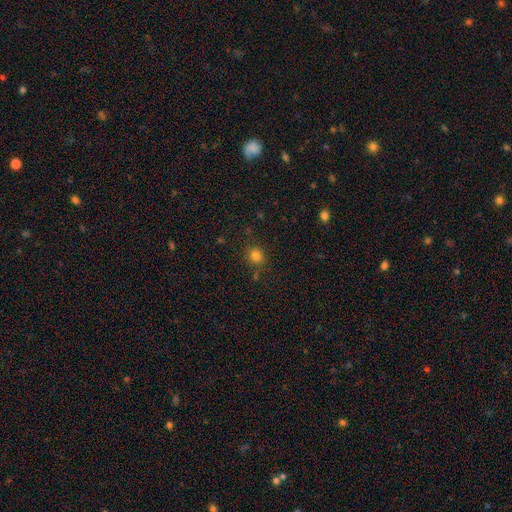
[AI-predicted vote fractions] smooth 81%, star or artifact 14%, featured or disk 5%. Down the decision tree: how rounded — round (84%); merging — none (83%).